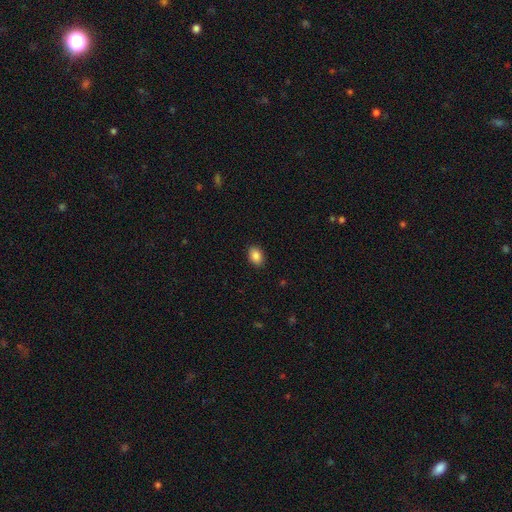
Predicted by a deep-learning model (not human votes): Morphology: type=smooth (87%); roundness=in between (79%); merging=none (90%).